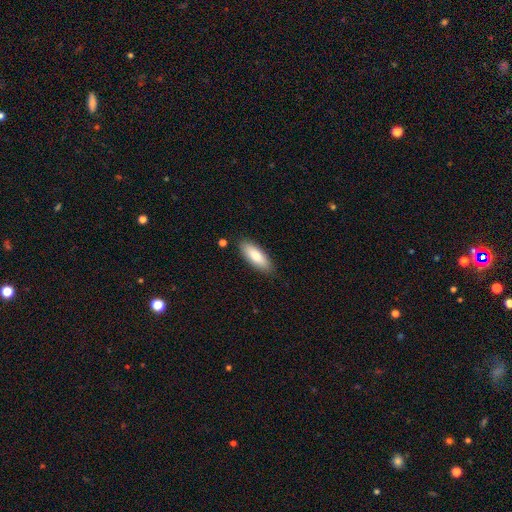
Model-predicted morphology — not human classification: smooth 81%, featured or disk 13%, star or artifact 6%. Down the decision tree: how rounded — in between (66%); merging — none (87%).